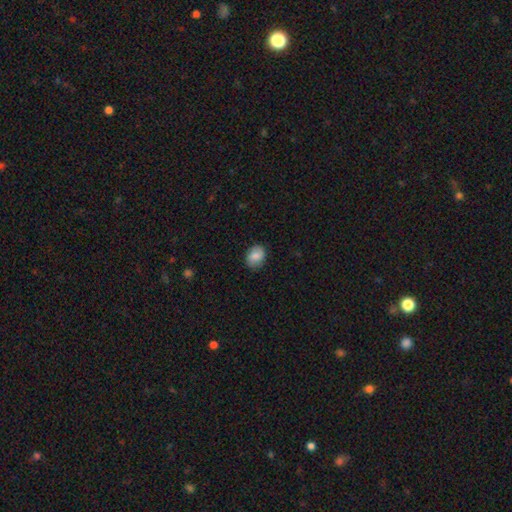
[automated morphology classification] smooth 82%, featured or disk 11%, star or artifact 8%. Down the decision tree: how rounded — in between (56%); merging — none (82%).